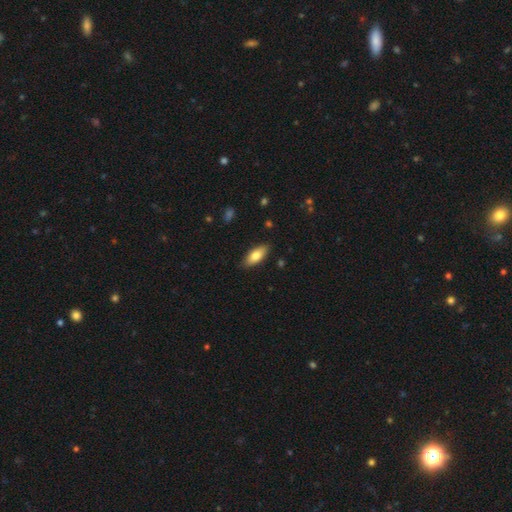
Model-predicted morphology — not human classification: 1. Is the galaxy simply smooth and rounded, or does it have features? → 77% smooth, 17% featured or disk, 6% star or artifact.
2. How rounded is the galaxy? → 80% in between, 18% cigar-shaped, 2% round.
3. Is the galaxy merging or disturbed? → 87% none, 10% minor disturbance, 2% major disturbance, 1% merger.